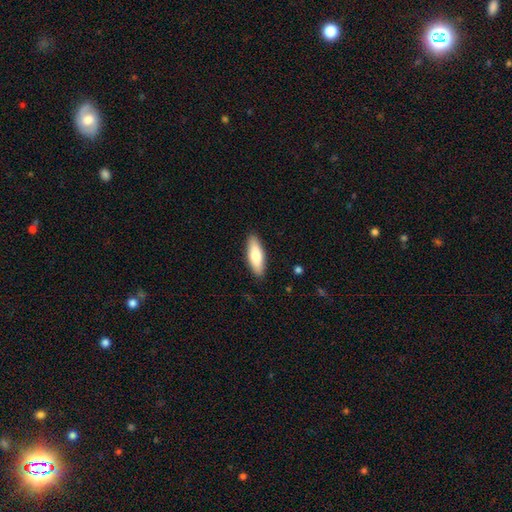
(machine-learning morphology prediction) smooth-or-featured: smooth: 77% | featured or disk: 18% | star or artifact: 6%
  how-rounded: in between: 54% | cigar-shaped: 44% | round: 2%
  merging: none: 88% | minor disturbance: 9% | major disturbance: 2% | merger: 1%